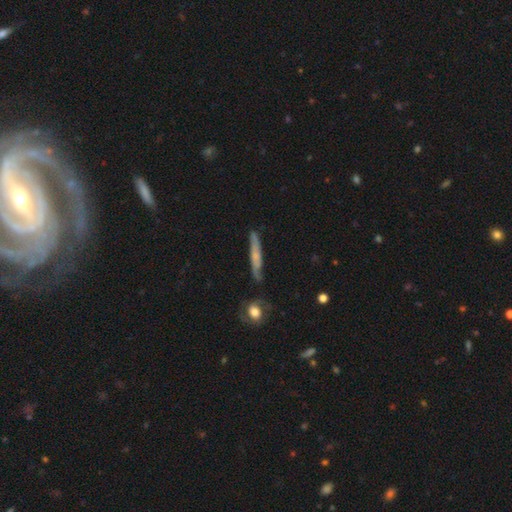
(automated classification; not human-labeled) featured or disk 48%, smooth 46%, star or artifact 7%. Down the decision tree: merging — none (76%).